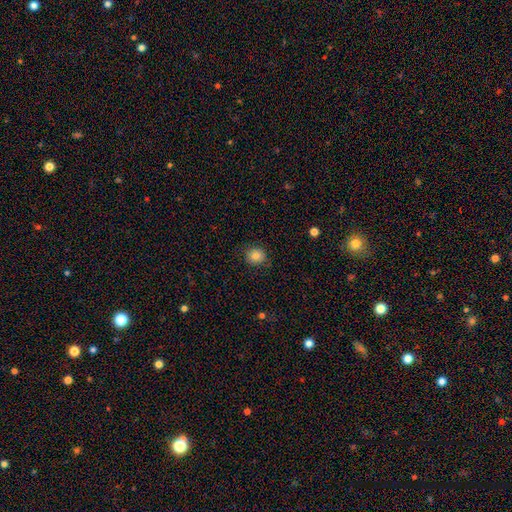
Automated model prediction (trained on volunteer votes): Smooth or featured? smooth (83%)
How rounded? round (81%)
Merging? none (85%)